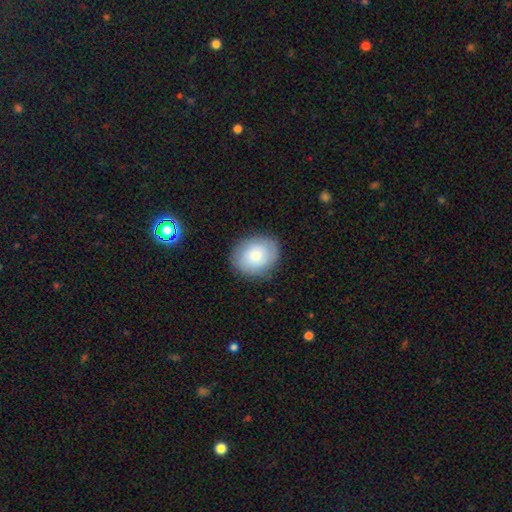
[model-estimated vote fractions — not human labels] Smooth or featured: smooth — 77% (featured or disk — 16%)
How rounded: round — 54% (in between — 45%)
Merging: none — 85% (minor disturbance — 11%)